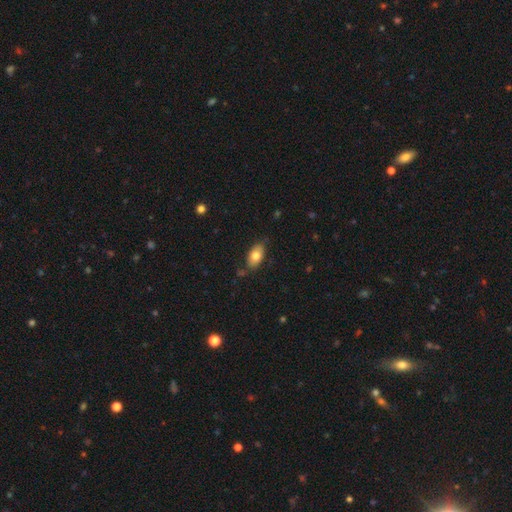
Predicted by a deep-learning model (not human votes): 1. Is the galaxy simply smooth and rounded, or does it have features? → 77% smooth, 16% featured or disk, 7% star or artifact.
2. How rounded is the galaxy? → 90% in between, 6% round, 4% cigar-shaped.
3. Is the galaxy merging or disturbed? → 77% none, 17% minor disturbance, 3% major disturbance, 3% merger.